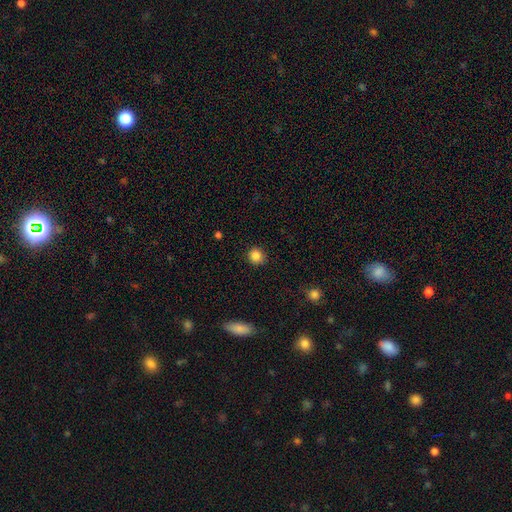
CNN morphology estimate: smooth-or-featured: smooth: 85% | star or artifact: 11% | featured or disk: 4%
  how-rounded: round: 87% | in between: 12% | cigar-shaped: 1%
  merging: none: 89% | minor disturbance: 8% | major disturbance: 2% | merger: 1%